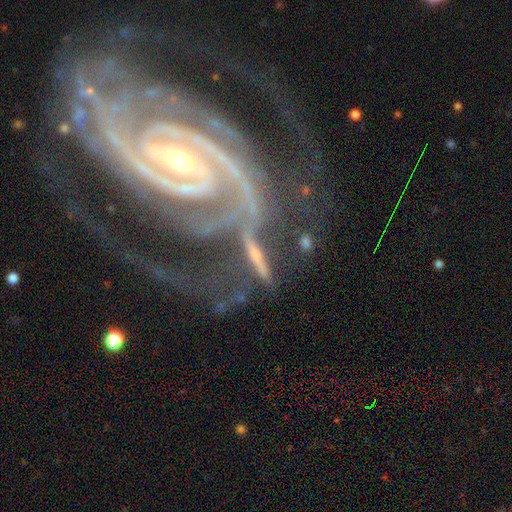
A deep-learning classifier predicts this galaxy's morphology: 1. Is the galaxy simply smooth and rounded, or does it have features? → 65% featured or disk, 21% smooth, 14% star or artifact.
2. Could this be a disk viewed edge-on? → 50% no (tied), 50% yes (tied).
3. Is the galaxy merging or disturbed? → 41% none, 22% merger, 19% minor disturbance, 18% major disturbance.